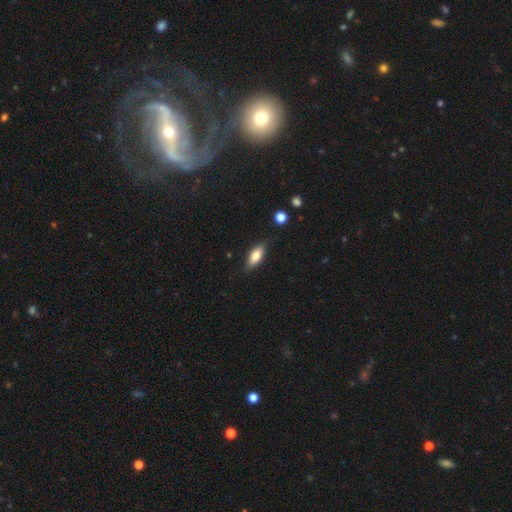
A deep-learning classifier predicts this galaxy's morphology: Overall: smooth (73%). How rounded: in between (75%). Merging: none (78%).